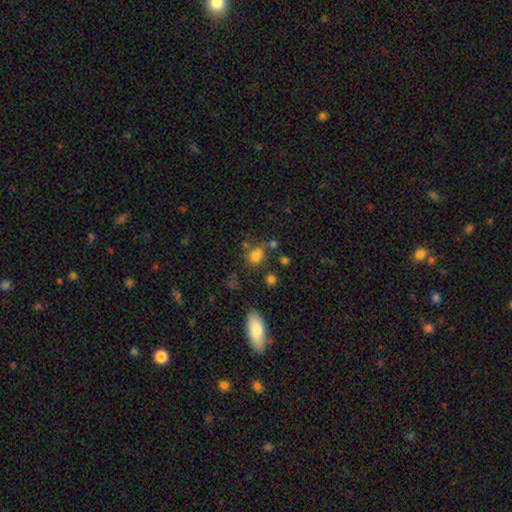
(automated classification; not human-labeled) Smooth or featured: smooth — 77% (star or artifact — 15%)
How rounded: round — 63% (in between — 36%)
Merging: none — 62% (minor disturbance — 16%)